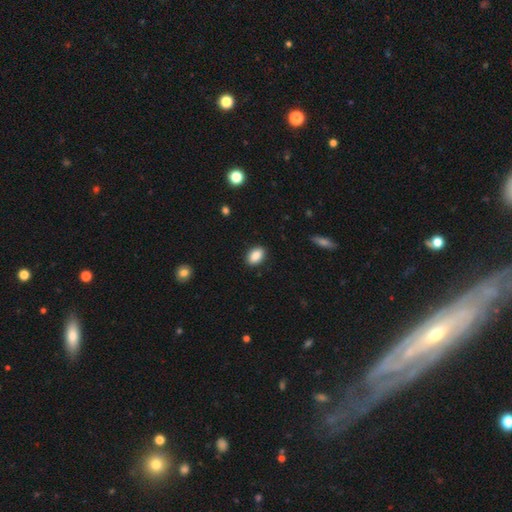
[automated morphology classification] type=smooth (89%); roundness=in between (89%); merging=none (89%).